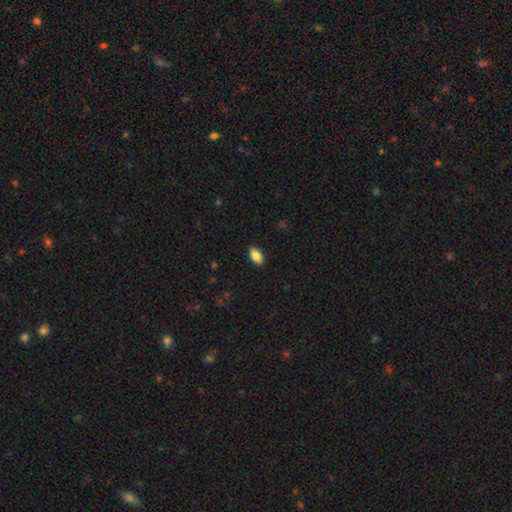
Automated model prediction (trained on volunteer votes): Smooth or featured? Predicted: smooth (p=0.88). How rounded? Predicted: in between (p=0.93). Merging? Predicted: none (p=0.89).